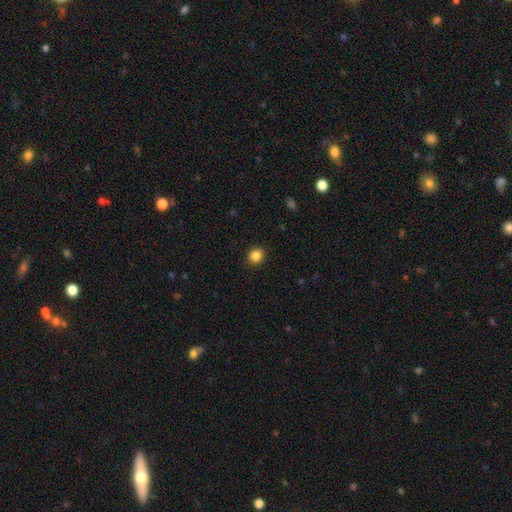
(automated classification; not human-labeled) smooth-or-featured: smooth: 86% | star or artifact: 11% | featured or disk: 4%
  how-rounded: round: 85% | in between: 14% | cigar-shaped: 1%
  merging: none: 91% | minor disturbance: 6% | major disturbance: 2% | merger: 1%